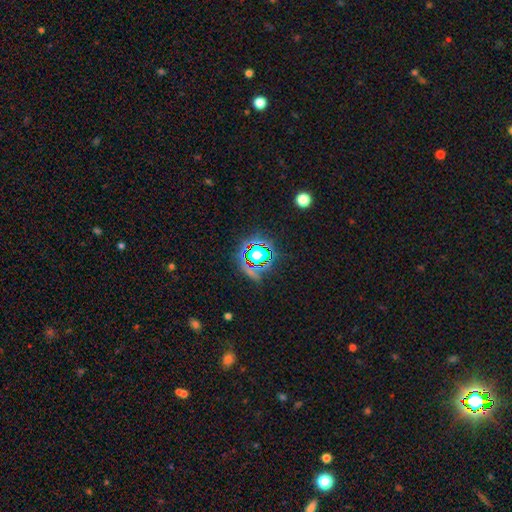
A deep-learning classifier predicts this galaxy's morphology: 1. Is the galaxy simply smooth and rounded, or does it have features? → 75% star or artifact, 16% smooth, 9% featured or disk.